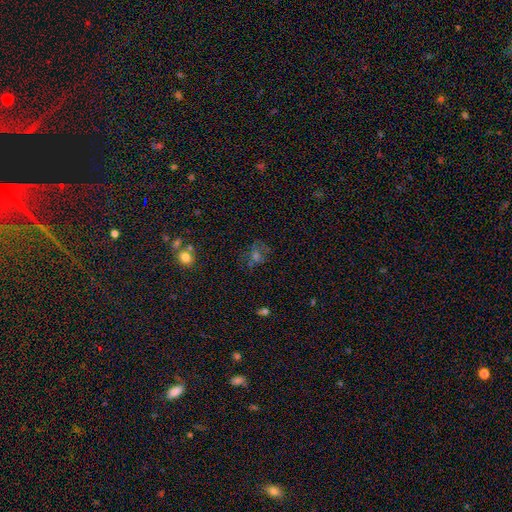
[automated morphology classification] A star or artifact, not a galaxy (41%).